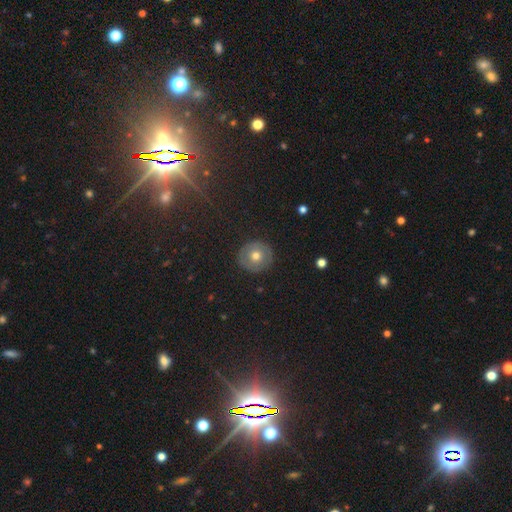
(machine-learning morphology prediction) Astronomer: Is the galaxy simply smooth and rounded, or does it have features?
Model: smooth — 62%.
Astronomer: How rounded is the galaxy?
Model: round — 93%.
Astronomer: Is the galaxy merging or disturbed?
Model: none — 89%.